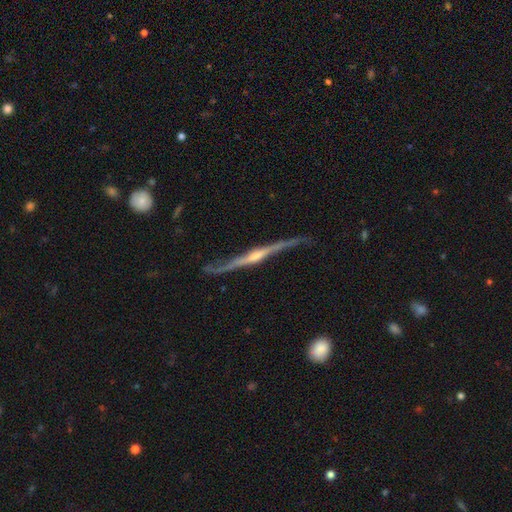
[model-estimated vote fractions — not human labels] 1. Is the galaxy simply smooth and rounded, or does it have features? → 88% featured or disk, 7% smooth, 5% star or artifact.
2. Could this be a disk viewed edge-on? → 94% yes, 6% no.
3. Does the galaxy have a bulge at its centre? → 84% rounded, 10% none, 6% boxy.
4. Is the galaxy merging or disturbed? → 76% none, 17% minor disturbance, 5% major disturbance, 2% merger.